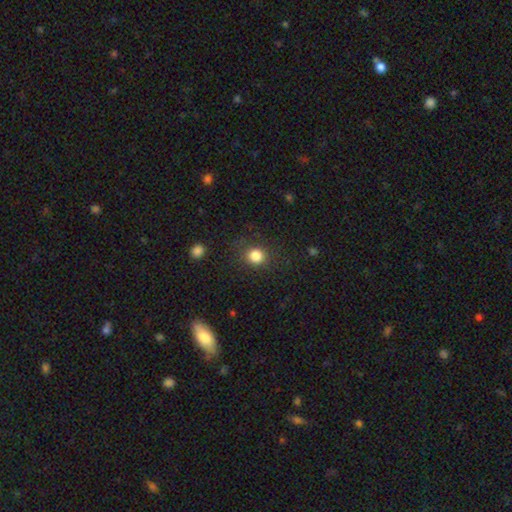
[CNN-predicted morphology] Q: Smooth or featured?
A: smooth (84%); runner-up: star or artifact (11%)
Q: How rounded?
A: round (86%); runner-up: in between (14%)
Q: Merging?
A: none (83%); runner-up: minor disturbance (10%)